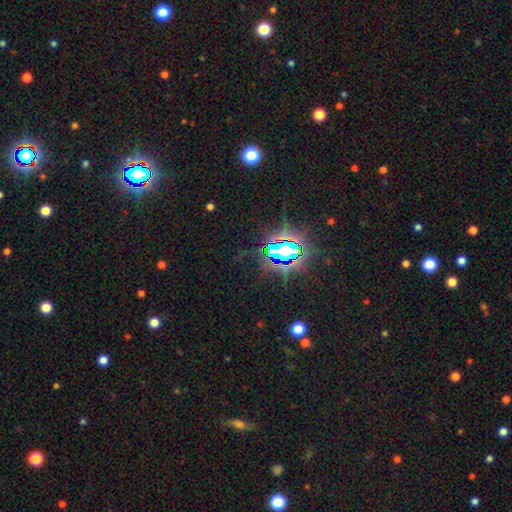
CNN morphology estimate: Smooth or featured?
  - star or artifact: 83% *
  - smooth: 10%
  - featured or disk: 7%